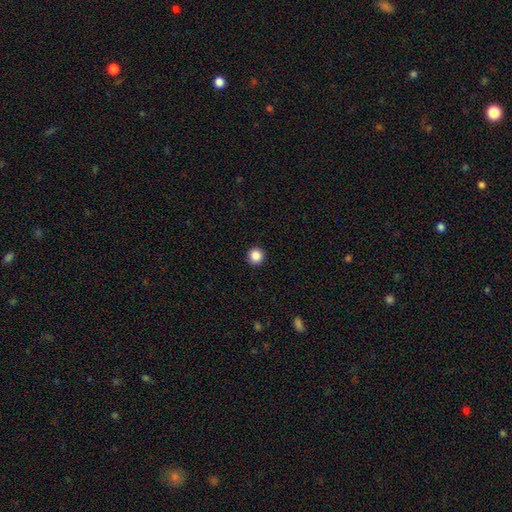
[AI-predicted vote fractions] Overall: smooth (87%). How rounded: round (96%). Merging: none (93%).